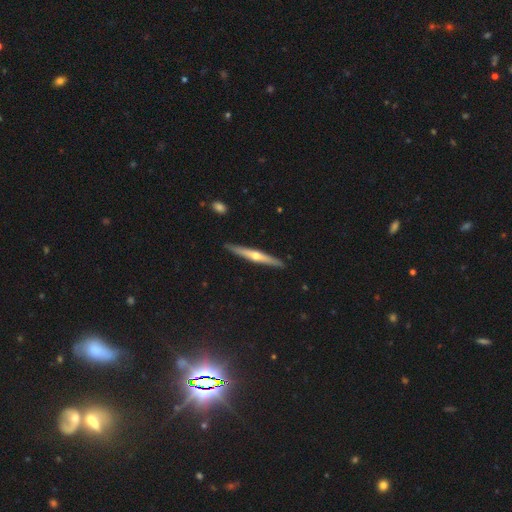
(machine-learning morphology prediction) This is likely a featured or disk galaxy (69%). It is clearly viewed edge-on (97%). Edge-on bulge: clearly rounded (87%). Merging: clearly none (90%).